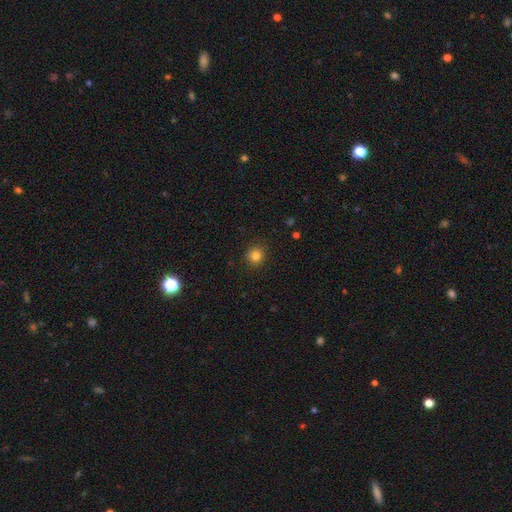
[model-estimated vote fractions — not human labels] Smooth or featured?
  - smooth: 82% *
  - star or artifact: 13%
  - featured or disk: 5%
How rounded?
  - round: 91% *
  - in between: 8%
  - cigar-shaped: 1%
Merging?
  - none: 90% *
  - minor disturbance: 7%
  - major disturbance: 2%
  - merger: 1%